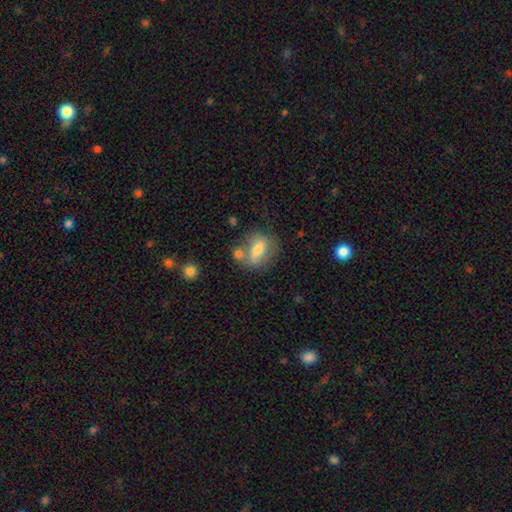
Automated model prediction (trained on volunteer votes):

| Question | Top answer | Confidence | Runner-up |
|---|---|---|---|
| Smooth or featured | smooth | 59% | featured or disk (29%) |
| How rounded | in between | 63% | round (27%) |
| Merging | none | 62% | merger (17%) |